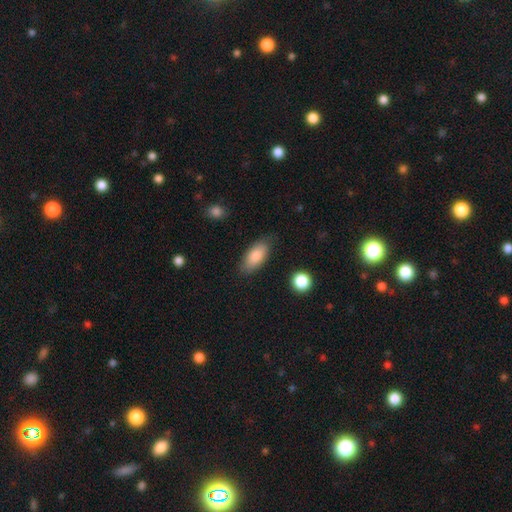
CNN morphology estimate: A smooth galaxy with no disk features (84%) that is in between round and cigar-shaped (88%). Merging: none (81%).